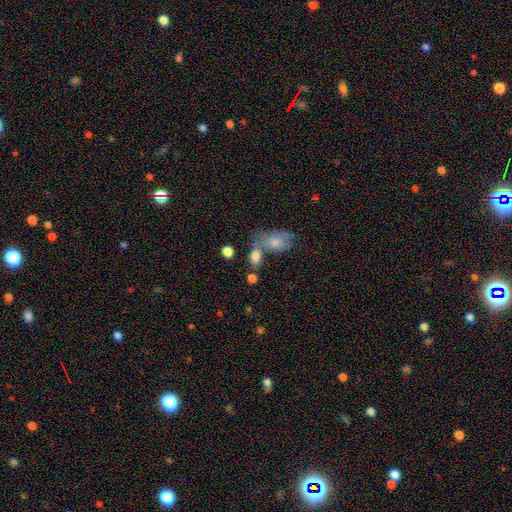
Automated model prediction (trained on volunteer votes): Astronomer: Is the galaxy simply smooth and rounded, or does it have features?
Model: smooth — 80%.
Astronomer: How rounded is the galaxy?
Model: in between — 78%.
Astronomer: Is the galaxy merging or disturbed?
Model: none — 50% (runner-up: merger, 30%).